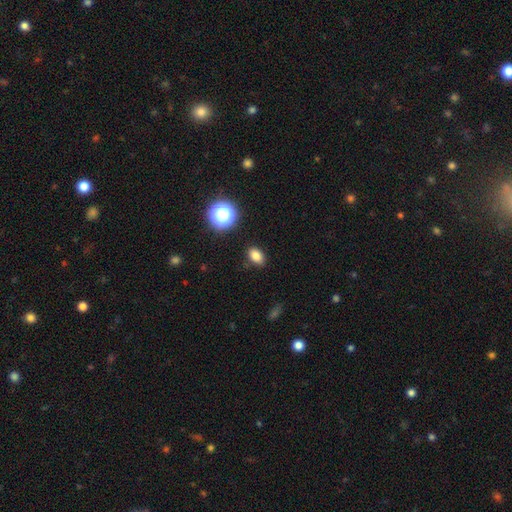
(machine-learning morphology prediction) Smooth or featured: smooth — 81% (star or artifact — 14%)
How rounded: in between — 79% (round — 20%)
Merging: none — 87% (minor disturbance — 9%)